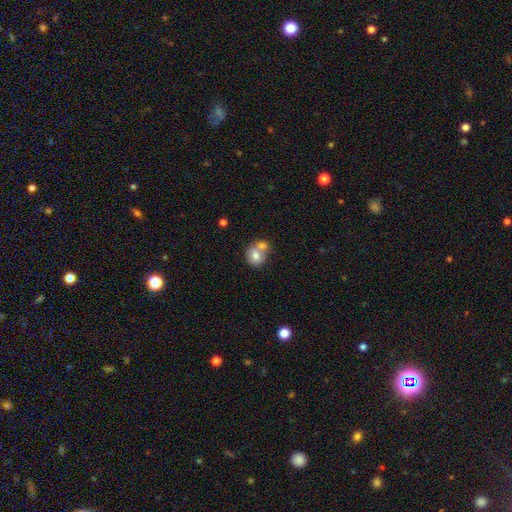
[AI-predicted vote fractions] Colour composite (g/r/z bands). It shows a smooth galaxy with no disk features (73%) that is round (73%). Merging: merger (58%).